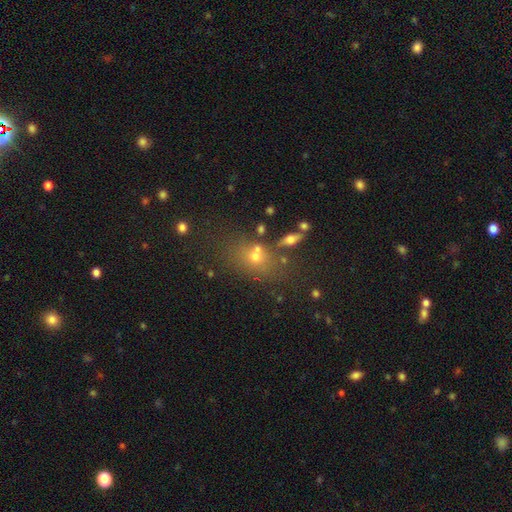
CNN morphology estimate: This is possibly a smooth galaxy (59%). How rounded: possibly in between (59%). Merging: possibly none (55%).